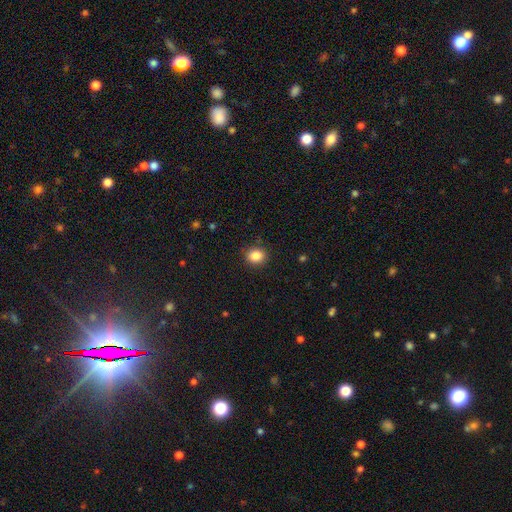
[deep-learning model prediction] Smooth or featured: smooth — 86% (star or artifact — 10%)
How rounded: round — 71% (in between — 28%)
Merging: none — 90% (minor disturbance — 7%)